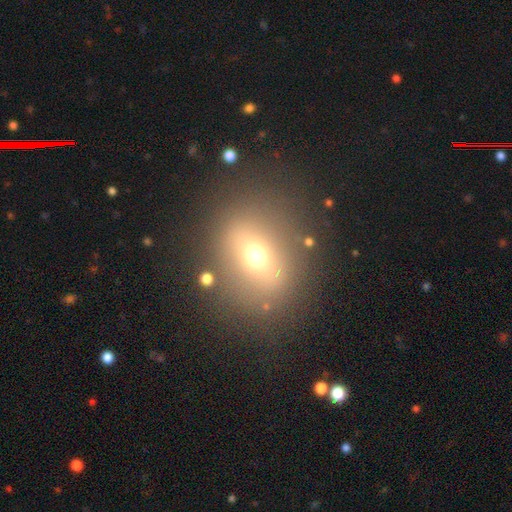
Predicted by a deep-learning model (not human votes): A smooth galaxy with no disk features (57%) that is round (55%). Merging: none (80%).